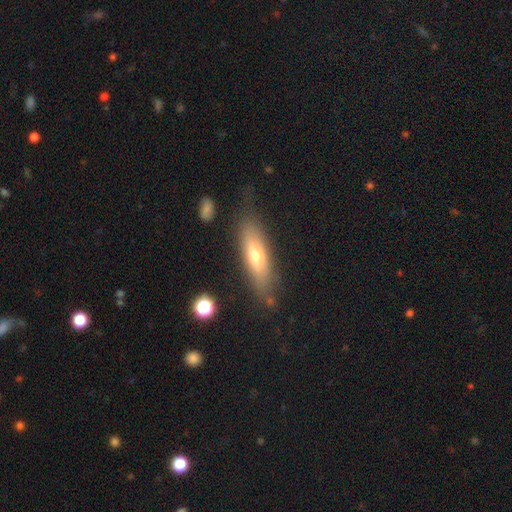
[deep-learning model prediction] smooth-or-featured: smooth: 54% | featured or disk: 39% | star or artifact: 8%
  how-rounded: cigar-shaped: 65% | in between: 33% | round: 2%
  merging: none: 73% | minor disturbance: 18% | major disturbance: 5% | merger: 3%